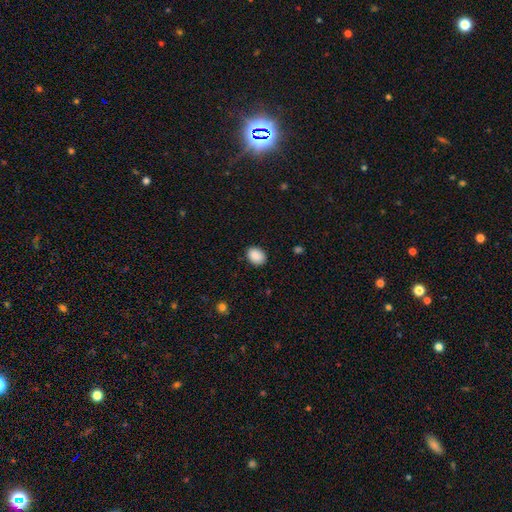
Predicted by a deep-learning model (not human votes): smooth-or-featured: smooth: 90% | star or artifact: 7% | featured or disk: 3%
  how-rounded: in between: 66% | round: 33% | cigar-shaped: 1%
  merging: none: 87% | minor disturbance: 10% | major disturbance: 2% | merger: 1%